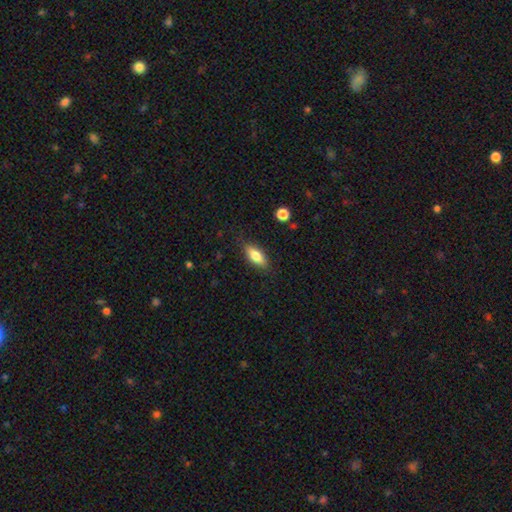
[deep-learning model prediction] smooth-or-featured: smooth: 77% | featured or disk: 16% | star or artifact: 7%
  how-rounded: in between: 77% | cigar-shaped: 20% | round: 3%
  merging: none: 83% | minor disturbance: 12% | major disturbance: 3% | merger: 1%